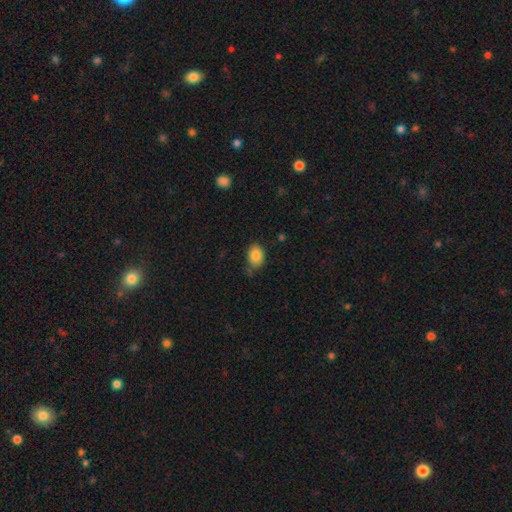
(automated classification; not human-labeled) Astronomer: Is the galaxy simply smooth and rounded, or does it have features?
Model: smooth — 84%.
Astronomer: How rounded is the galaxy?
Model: in between — 74%.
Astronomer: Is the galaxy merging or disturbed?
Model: none — 66%.